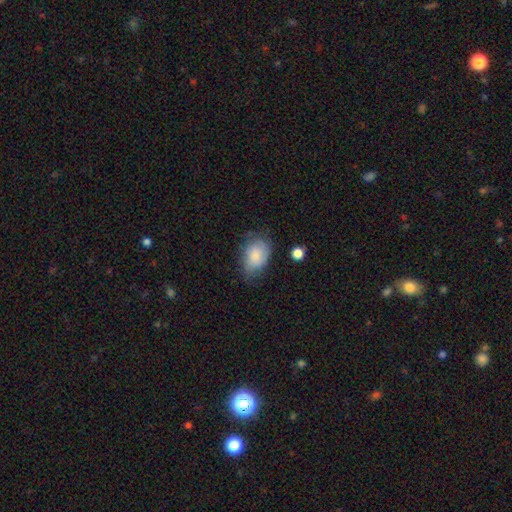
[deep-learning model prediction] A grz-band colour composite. It shows a smooth galaxy with no disk features (75%) that is in between round and cigar-shaped (78%). Merging: none (56%).